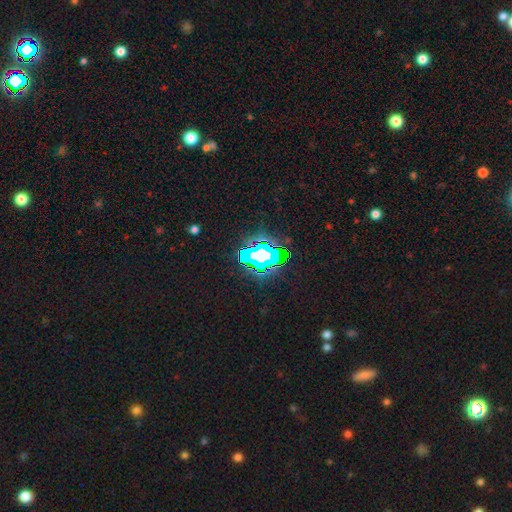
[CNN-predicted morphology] This is likely a star or artifact rather than a galaxy (74%).